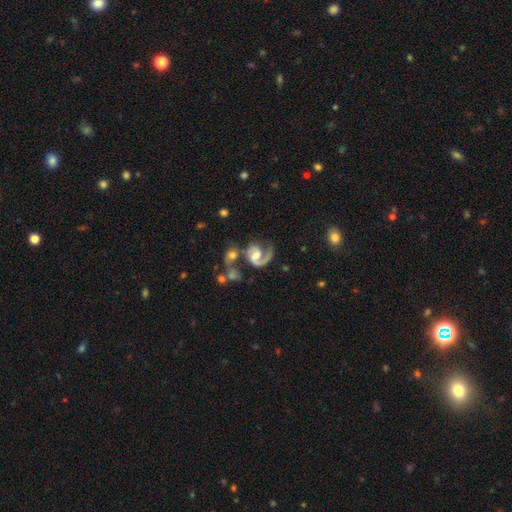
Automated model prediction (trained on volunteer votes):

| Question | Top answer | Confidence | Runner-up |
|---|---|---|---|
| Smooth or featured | featured or disk | 86% | smooth (9%) |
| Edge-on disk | no | 98% | yes (2%) |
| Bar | no | 44% | weak (42%) |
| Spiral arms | yes | 96% | no (4%) |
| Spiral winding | medium | 48% | tight (28%) |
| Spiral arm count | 1 | 53% | 2 (42%) |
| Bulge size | moderate | 52% | small (21%) |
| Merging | none | 37% | merger (26%) |